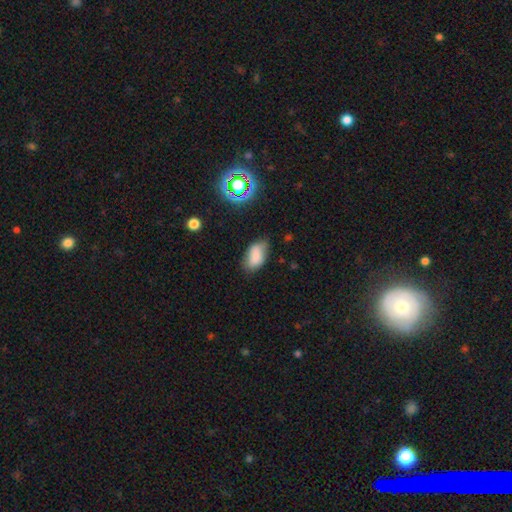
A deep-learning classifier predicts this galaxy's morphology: Smooth or featured? Predicted: smooth (p=0.80). How rounded? Predicted: in between (p=0.92). Merging? Predicted: none (p=0.64).